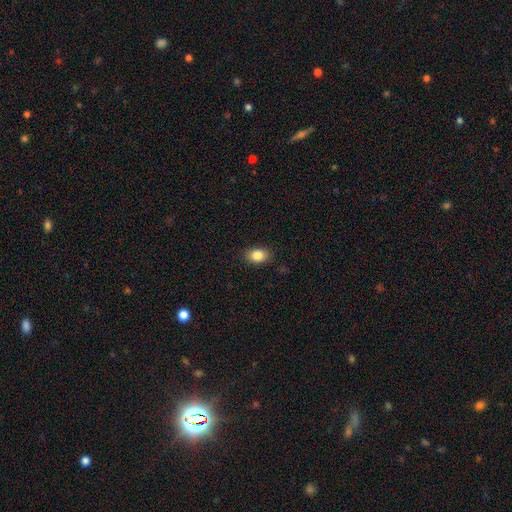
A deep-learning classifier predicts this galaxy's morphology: Smooth or featured: smooth — 86% (star or artifact — 9%)
How rounded: in between — 72% (round — 27%)
Merging: none — 88% (minor disturbance — 9%)